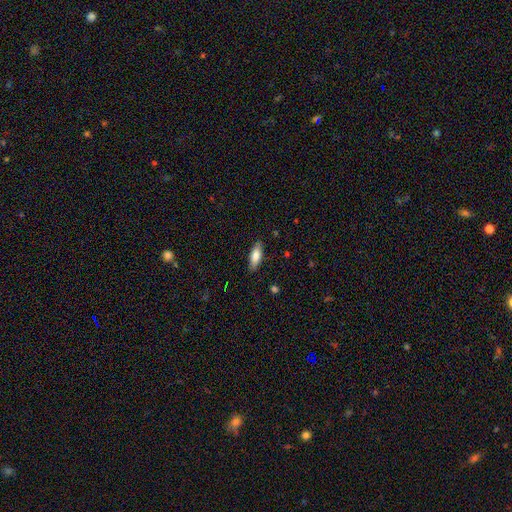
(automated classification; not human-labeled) Morphology: type=smooth (78%); roundness=in between (64%); merging=none (87%).